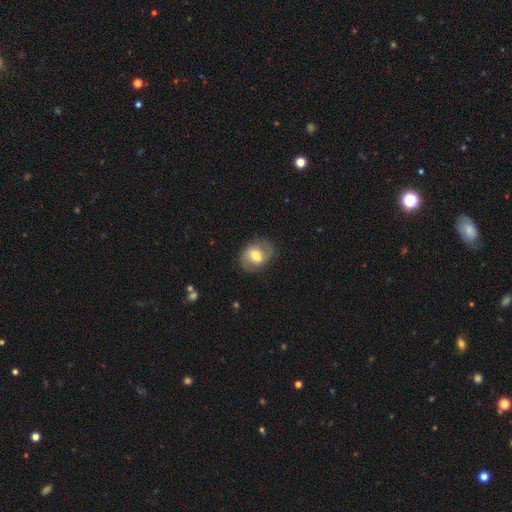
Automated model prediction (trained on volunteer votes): Smooth or featured: smooth — 49% (featured or disk — 43%)
Merging: none — 77% (minor disturbance — 16%)